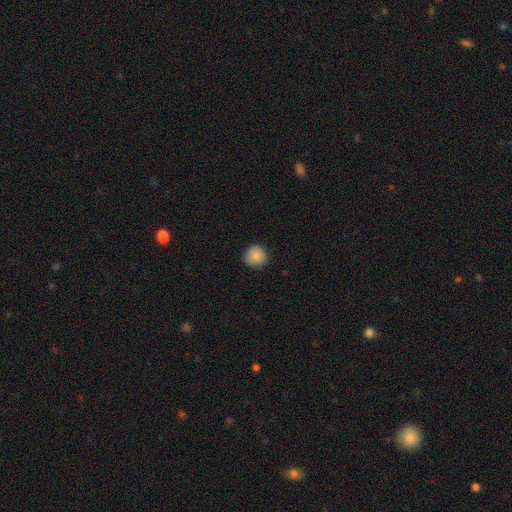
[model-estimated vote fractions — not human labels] Q: Smooth or featured?
A: smooth (88%); runner-up: star or artifact (8%)
Q: How rounded?
A: round (94%); runner-up: in between (5%)
Q: Merging?
A: none (88%); runner-up: minor disturbance (9%)